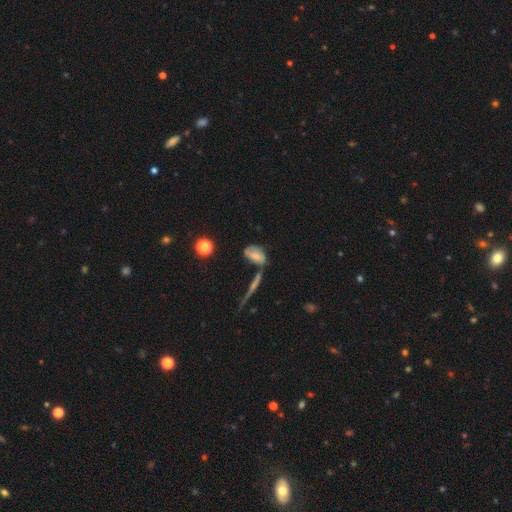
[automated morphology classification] A smooth galaxy with no disk features (58%) that is in between round and cigar-shaped (84%).

Vote fractions:
- Smooth or featured? smooth: 58% / featured or disk: 31% / star or artifact: 11%
- How rounded? in between: 84% / round: 10% / cigar-shaped: 6%
- Merging? none: 44% / minor disturbance: 23% / merger: 21% / major disturbance: 12%